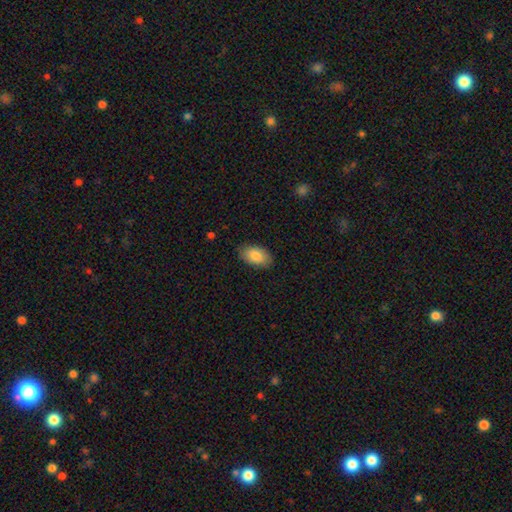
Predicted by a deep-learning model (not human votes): smooth 83%, featured or disk 10%, star or artifact 6%. Down the decision tree: how rounded — in between (94%); merging — none (85%).